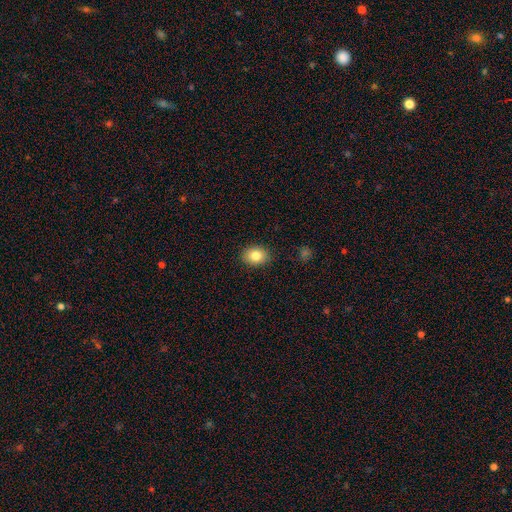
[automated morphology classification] smooth_or_featured: smooth (p=0.83) [alt: star or artifact p=0.09]
how_rounded: in between (p=0.55) [alt: round p=0.44]
merging: none (p=0.88) [alt: minor disturbance p=0.09]